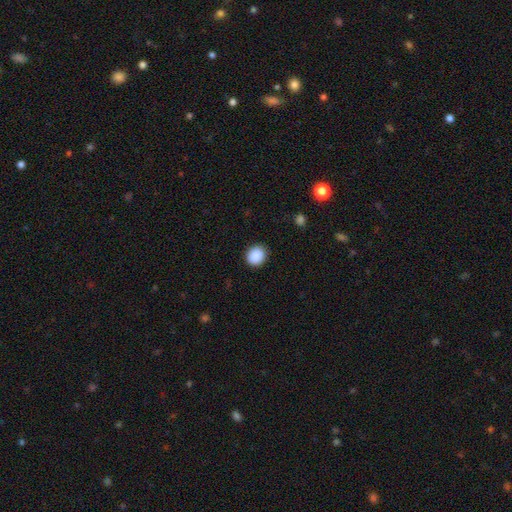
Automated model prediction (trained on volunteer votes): Smooth or featured: smooth — 90% (star or artifact — 8%)
How rounded: round — 74% (in between — 25%)
Merging: none — 89% (minor disturbance — 7%)